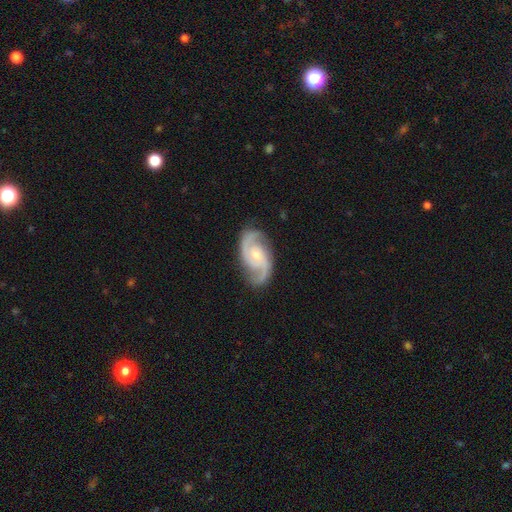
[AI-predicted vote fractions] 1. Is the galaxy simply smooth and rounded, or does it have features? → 91% featured or disk, 4% smooth, 4% star or artifact.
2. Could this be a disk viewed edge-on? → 97% no, 3% yes.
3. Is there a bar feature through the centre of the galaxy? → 58% no, 34% weak, 8% strong.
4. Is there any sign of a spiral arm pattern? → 98% yes, 2% no.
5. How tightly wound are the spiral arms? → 58% medium, 27% tight, 16% loose.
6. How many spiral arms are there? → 90% 2, 4% 3, 2% can't tell, 1% 1, 1% 4, 1% more than 4.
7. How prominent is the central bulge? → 56% small, 40% moderate, 2% none, 2% large, 1% dominant.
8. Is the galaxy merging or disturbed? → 83% none, 13% minor disturbance, 3% major disturbance, 1% merger.